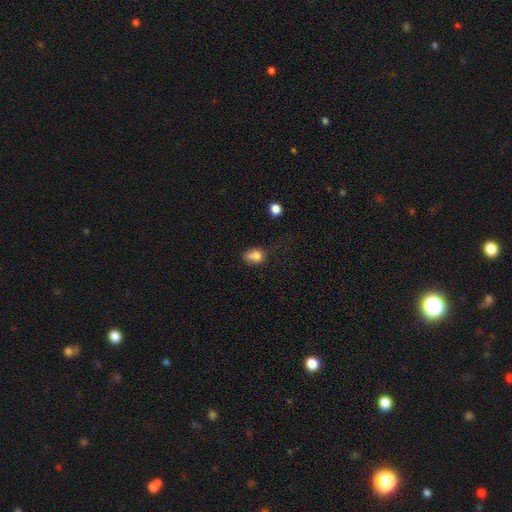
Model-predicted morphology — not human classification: smooth 76%, featured or disk 12%, star or artifact 12%. Down the decision tree: how rounded — in between (50%); merging — none (36%).